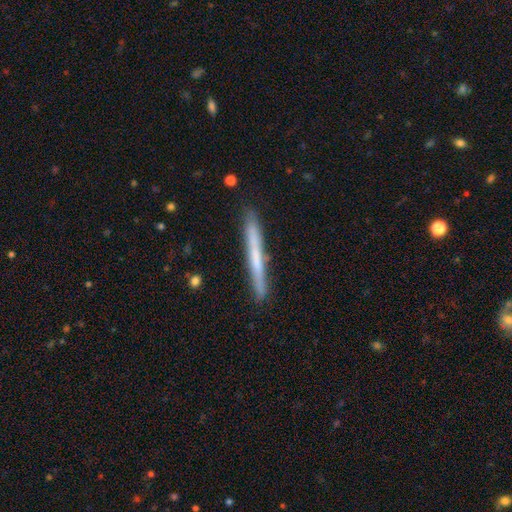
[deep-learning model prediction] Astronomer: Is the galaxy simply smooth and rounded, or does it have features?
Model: smooth — 53% (runner-up: featured or disk, 41%).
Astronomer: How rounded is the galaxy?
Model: cigar-shaped — 97%.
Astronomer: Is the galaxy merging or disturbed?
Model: none — 88%.